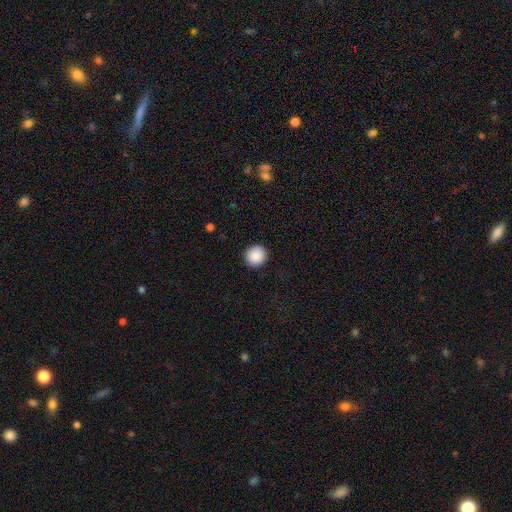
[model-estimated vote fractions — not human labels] This is clearly a smooth galaxy (89%). How rounded: clearly round (93%). Merging: clearly none (92%).